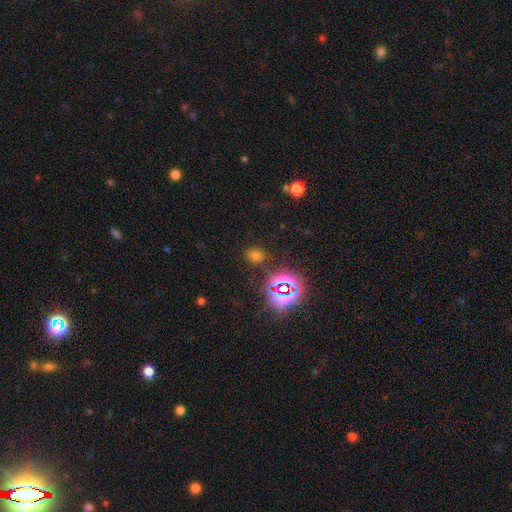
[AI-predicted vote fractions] Smooth or featured: smooth — 59% (star or artifact — 35%)
How rounded: round — 57% (in between — 41%)
Merging: none — 82% (minor disturbance — 10%)